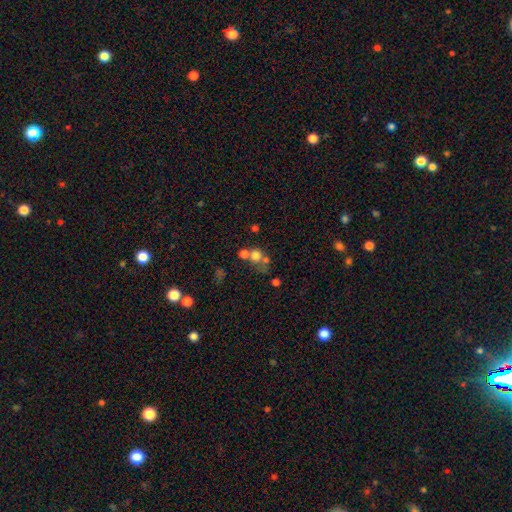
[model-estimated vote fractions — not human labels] This appears to be a smooth galaxy with no disk features (67%) that is round (82%). Merging: merger (45%).